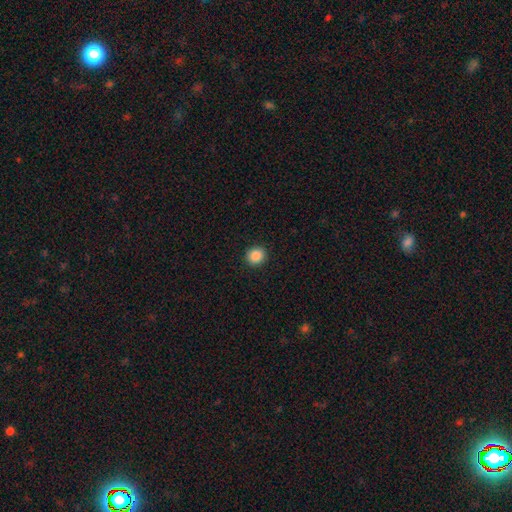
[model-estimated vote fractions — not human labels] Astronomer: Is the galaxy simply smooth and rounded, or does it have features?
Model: smooth — 88%.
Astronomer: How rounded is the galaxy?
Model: round — 86%.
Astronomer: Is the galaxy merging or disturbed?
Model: none — 92%.